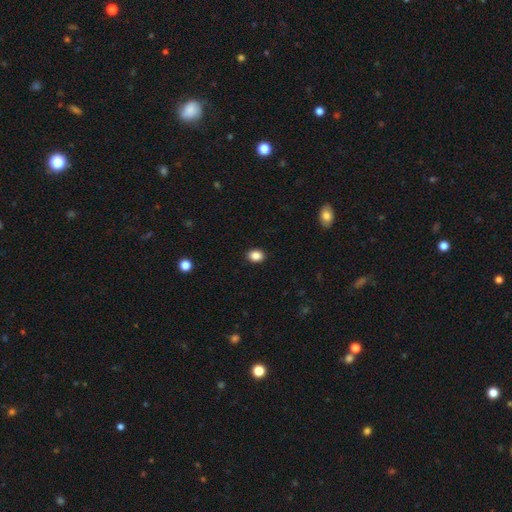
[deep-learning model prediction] Smooth or featured?
  - smooth: 87% *
  - star or artifact: 9%
  - featured or disk: 4%
How rounded?
  - in between: 57% *
  - round: 42%
  - cigar-shaped: 1%
Merging?
  - none: 91% *
  - minor disturbance: 6%
  - major disturbance: 2%
  - merger: 1%